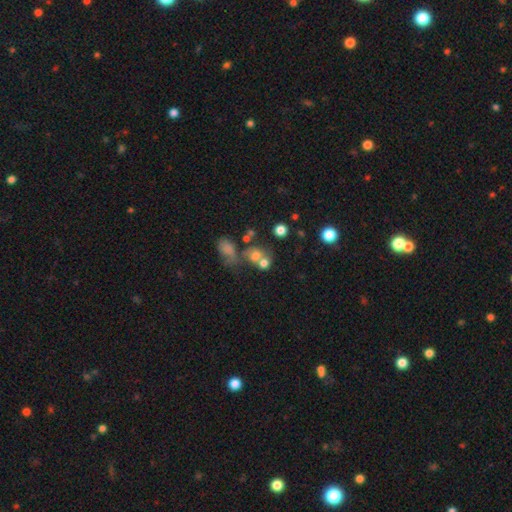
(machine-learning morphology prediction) smooth_or_featured: smooth (p=0.66) [alt: star or artifact p=0.18]
how_rounded: round (p=0.64) [alt: in between p=0.35]
merging: merger (p=0.47) [alt: none p=0.35]